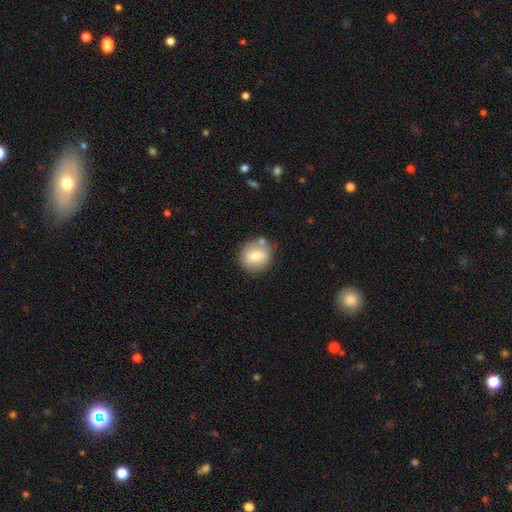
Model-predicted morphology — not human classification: smooth_or_featured: smooth (p=0.72) [alt: featured or disk p=0.20]
how_rounded: round (p=0.88) [alt: in between p=0.11]
merging: none (p=0.76) [alt: minor disturbance p=0.12]